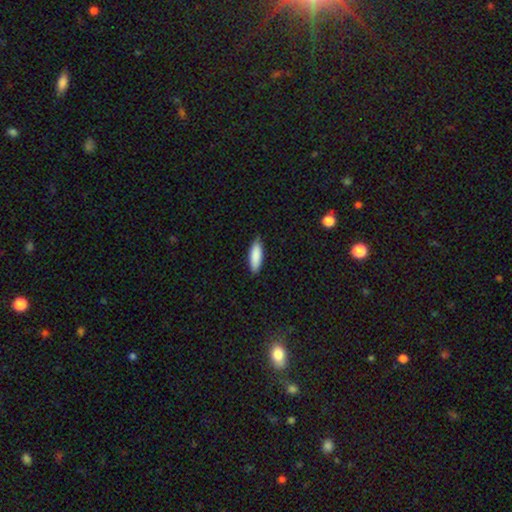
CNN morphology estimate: The model was most divided on "how rounded": in between: 51%, cigar-shaped: 47%, round: 1%. More confident: smooth or featured — smooth (87%); merging — none (84%).